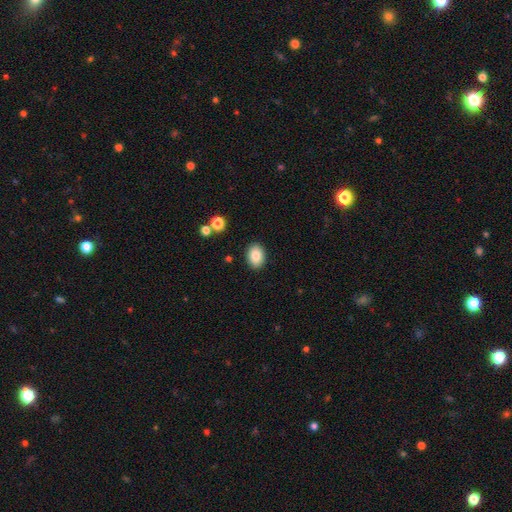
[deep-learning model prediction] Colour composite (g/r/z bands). It shows a smooth galaxy with no disk features (86%) that is in between round and cigar-shaped (73%). Merging: none (89%).